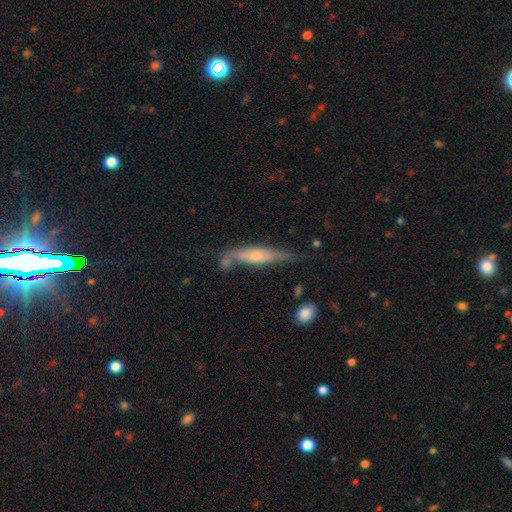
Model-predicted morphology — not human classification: This is possibly a featured or disk galaxy (57%). It is clearly viewed edge-on (88%). Merging: possibly none (52%).